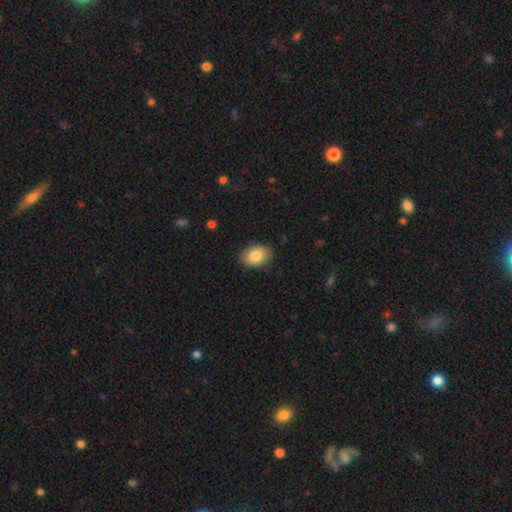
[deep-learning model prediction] Smooth or featured?
  - smooth: 85% *
  - featured or disk: 8%
  - star or artifact: 7%
How rounded?
  - in between: 80% *
  - round: 19%
  - cigar-shaped: 1%
Merging?
  - none: 86% *
  - minor disturbance: 10%
  - major disturbance: 2%
  - merger: 1%